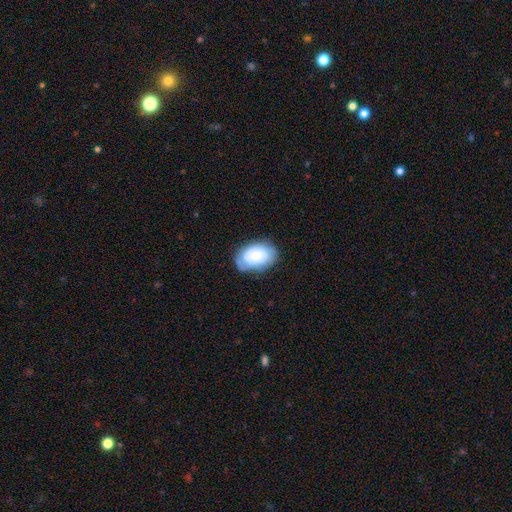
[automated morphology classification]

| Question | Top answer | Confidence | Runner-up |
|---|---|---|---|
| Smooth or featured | smooth | 52% | featured or disk (41%) |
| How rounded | in between | 85% | round (13%) |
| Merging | none | 68% | minor disturbance (24%) |